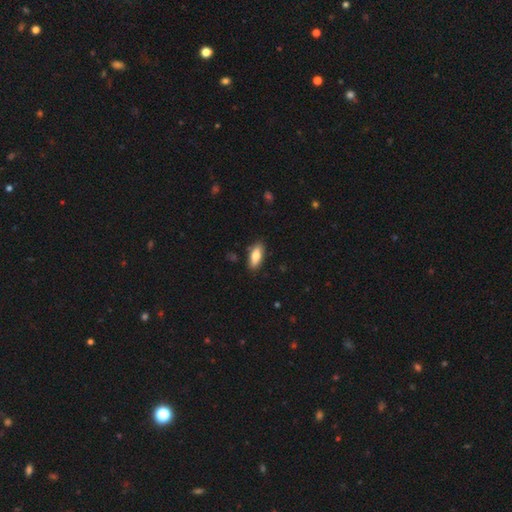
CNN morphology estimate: A smooth galaxy with no disk features (75%) that is in between round and cigar-shaped (78%).

Vote fractions:
- Smooth or featured? smooth: 75% / featured or disk: 19% / star or artifact: 6%
- How rounded? in between: 78% / cigar-shaped: 20% / round: 2%
- Merging? none: 85% / minor disturbance: 11% / major disturbance: 2% / merger: 2%